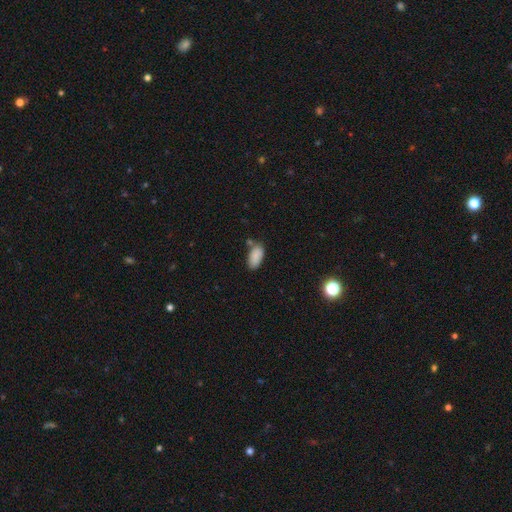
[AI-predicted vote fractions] A smooth galaxy with no disk features (87%) that is in between round and cigar-shaped (92%). Merging: none (65%).